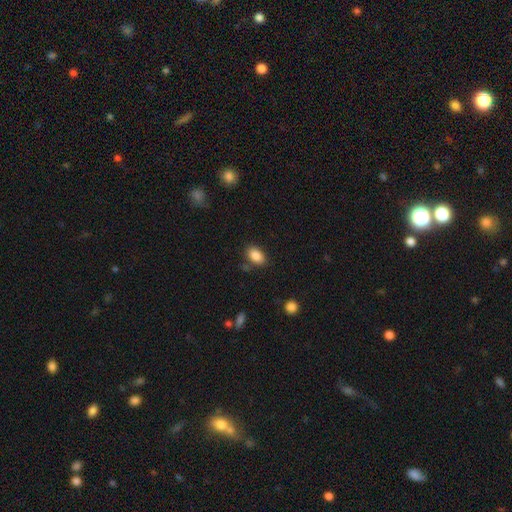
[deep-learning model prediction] Smooth or featured: smooth — 87% (star or artifact — 8%)
How rounded: in between — 88% (round — 10%)
Merging: none — 80% (minor disturbance — 13%)